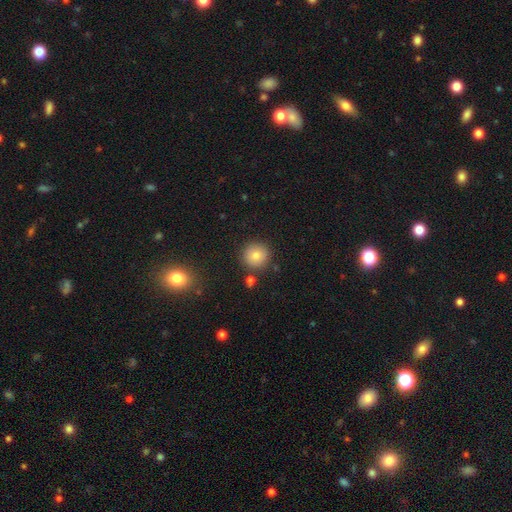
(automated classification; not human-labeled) Overall: smooth (81%). How rounded: round (94%). Merging: none (87%).